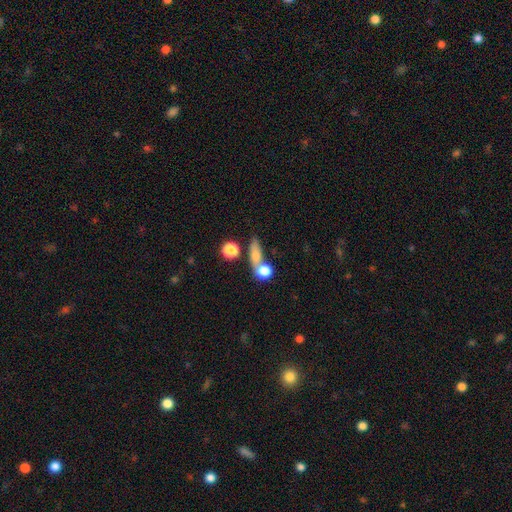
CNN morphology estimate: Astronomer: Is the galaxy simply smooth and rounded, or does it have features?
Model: smooth — 70%.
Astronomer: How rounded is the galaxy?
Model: in between — 37%, tied with round at 37%.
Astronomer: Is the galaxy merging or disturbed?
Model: none — 47% (runner-up: merger, 33%).